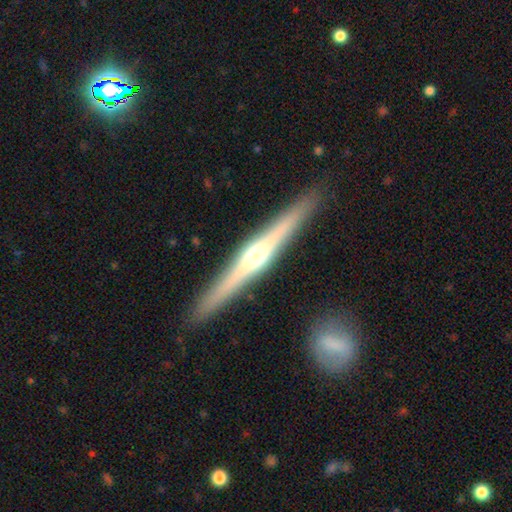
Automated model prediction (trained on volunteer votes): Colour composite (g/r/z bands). It shows a featured or disk galaxy (77%) viewed edge-on (98%) with a rounded central bulge (90%). Merging: none (91%).